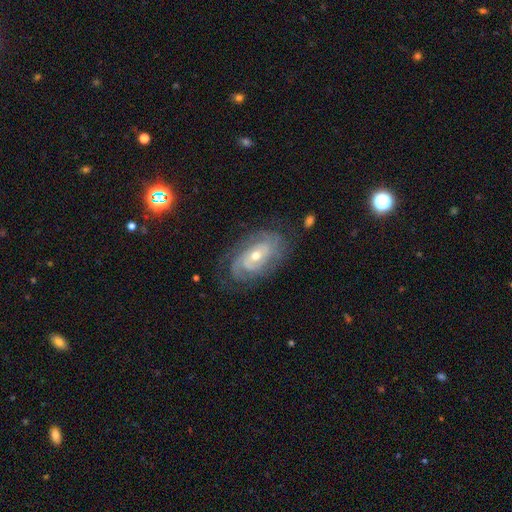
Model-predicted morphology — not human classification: This is clearly a featured or disk galaxy (84%). It is clearly not viewed edge-on (95%). Bar: likely no (65%). Spiral arm pattern: clearly yes (93%). Spiral arm count: marginally can't tell (36%). Spiral winding: likely tight (69%). Central bulge: possibly moderate (55%). Merging: likely none (72%).